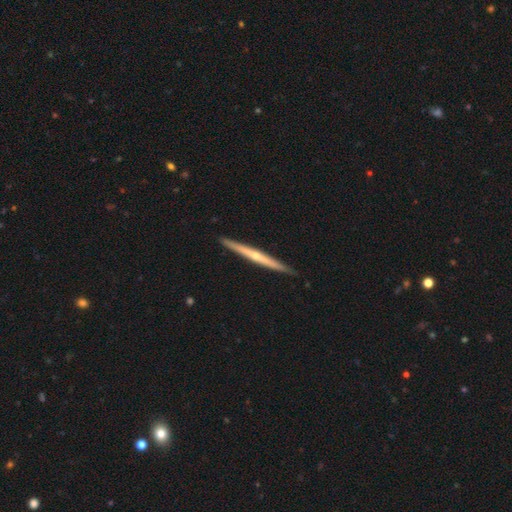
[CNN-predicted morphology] Smooth or featured? featured or disk (71%)
Edge-on disk? yes (97%)
Edge-on bulge? rounded (62%)
Merging? none (90%)